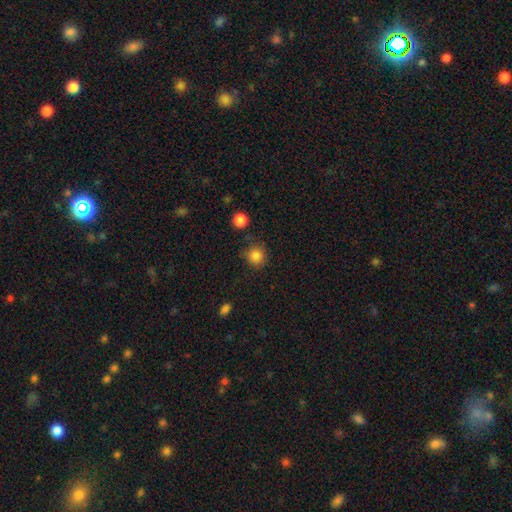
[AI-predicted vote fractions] Morphology: type=smooth (86%); roundness=round (91%); merging=none (80%).